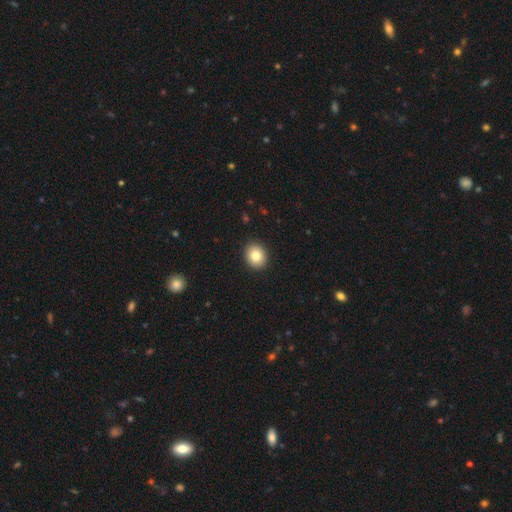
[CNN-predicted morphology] A smooth galaxy with no disk features (83%) that is round (61%). Merging: none (91%).